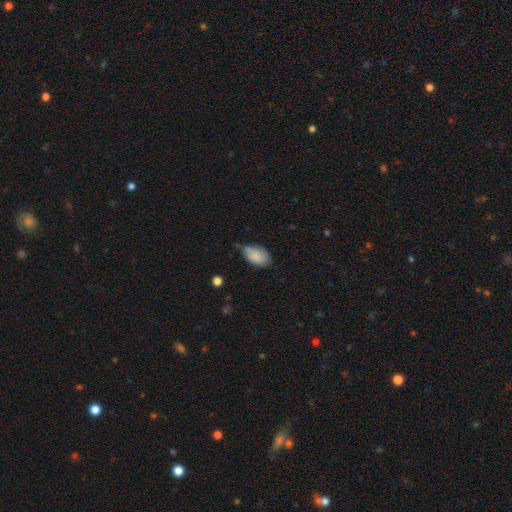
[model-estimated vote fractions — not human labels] A smooth galaxy with no disk features (81%) that is in between round and cigar-shaped (93%). Merging: none (49%).